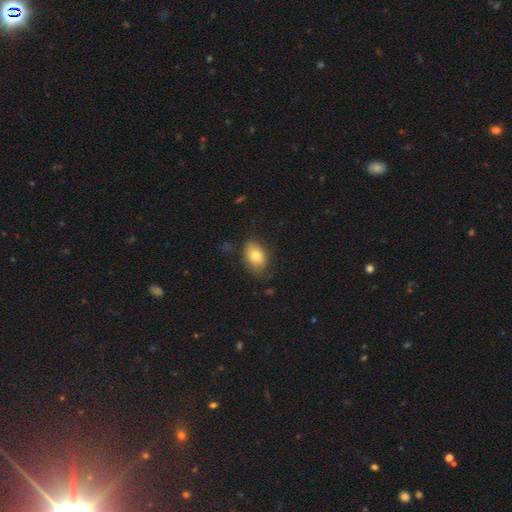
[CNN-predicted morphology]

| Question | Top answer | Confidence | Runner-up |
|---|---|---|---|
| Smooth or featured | smooth | 78% | featured or disk (14%) |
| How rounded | in between | 82% | round (17%) |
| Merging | none | 73% | minor disturbance (21%) |